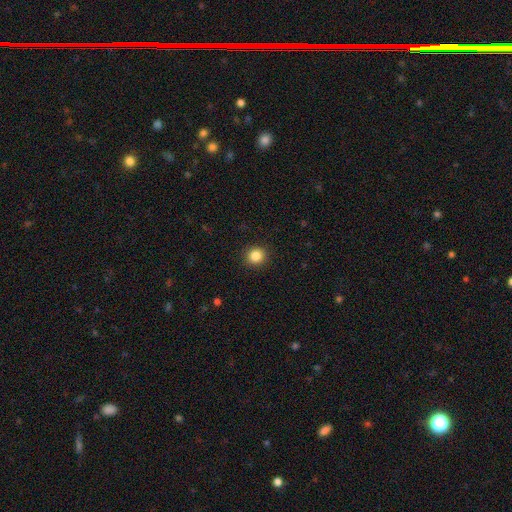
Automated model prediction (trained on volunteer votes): This appears to be a smooth galaxy with no disk features (85%) that is round (91%). Merging: none (92%).